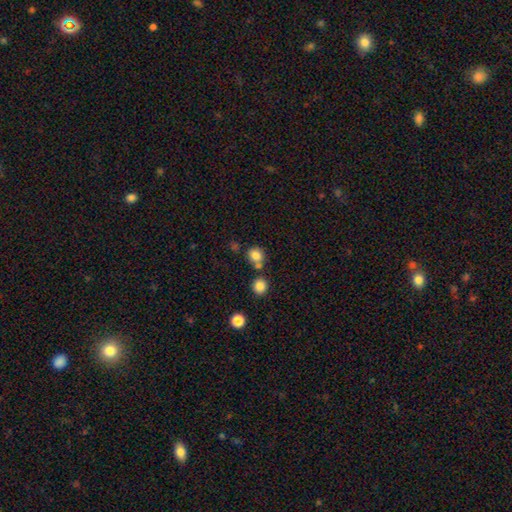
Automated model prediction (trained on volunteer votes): smooth_or_featured: smooth (p=0.81) [alt: star or artifact p=0.12]
how_rounded: round (p=0.78) [alt: in between p=0.21]
merging: none (p=0.63) [alt: merger p=0.24]